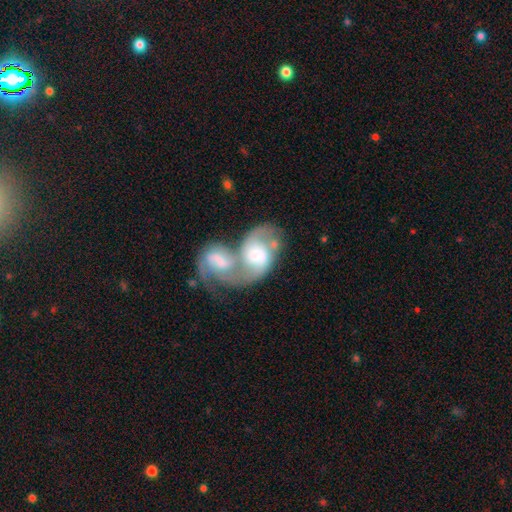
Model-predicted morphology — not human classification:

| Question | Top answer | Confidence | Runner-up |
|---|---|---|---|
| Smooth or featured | featured or disk | 74% | smooth (20%) |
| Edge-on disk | no | 97% | yes (3%) |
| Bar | no | 51% | weak (37%) |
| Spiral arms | yes | 89% | no (11%) |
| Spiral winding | medium | 48% | loose (33%) |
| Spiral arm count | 2 | 82% | can't tell (9%) |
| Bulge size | moderate | 44% | small (25%) |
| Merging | merger | 79% | none (10%) |